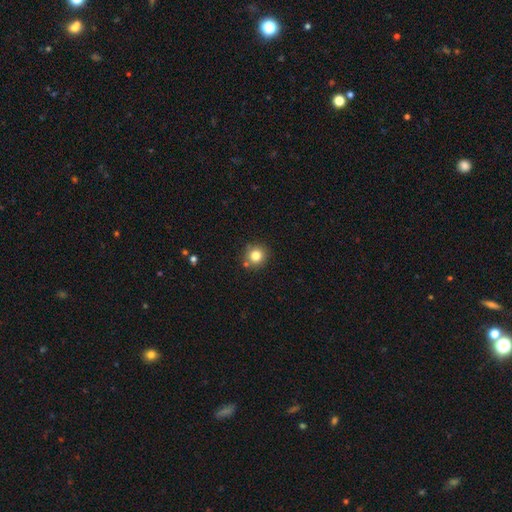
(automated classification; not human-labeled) Q: Smooth or featured?
A: smooth (80%); runner-up: star or artifact (12%)
Q: How rounded?
A: round (92%); runner-up: in between (7%)
Q: Merging?
A: none (83%); runner-up: minor disturbance (9%)